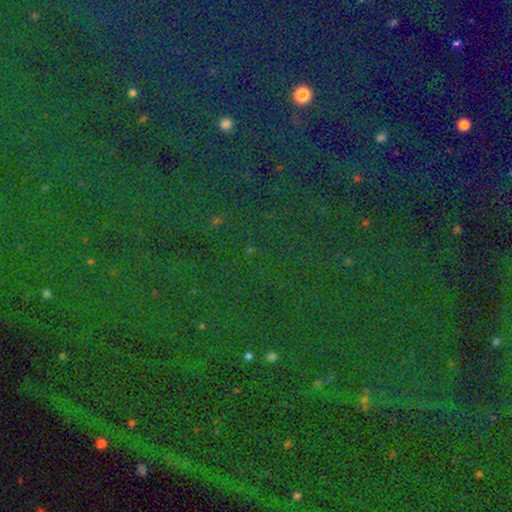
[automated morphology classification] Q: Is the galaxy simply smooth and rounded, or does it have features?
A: star or artifact — 79%.